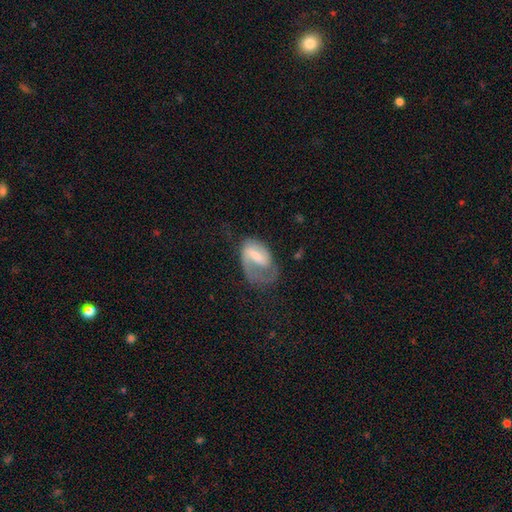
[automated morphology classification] The model was most divided on "bulge size": moderate: 46%, small: 35%, none: 9%, large: 9%, dominant: 2%. Remaining: edge-on disk — no (95%); spiral arms — yes (74%); smooth or featured — featured or disk (58%); bar — weak (48%); merging — major disturbance (47%).